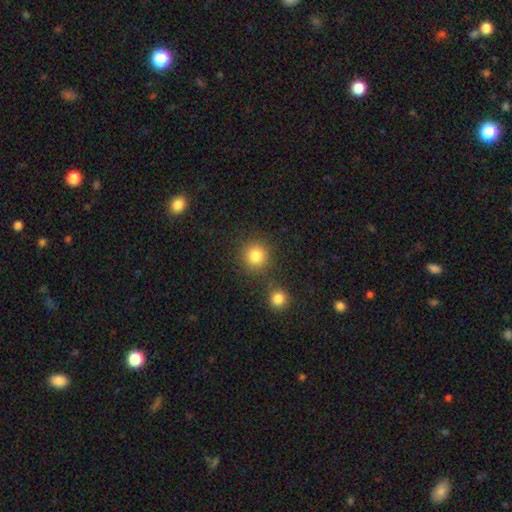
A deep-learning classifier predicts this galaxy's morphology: Smooth or featured?
  - smooth: 83% *
  - star or artifact: 11%
  - featured or disk: 5%
How rounded?
  - round: 93% *
  - in between: 6%
  - cigar-shaped: 1%
Merging?
  - none: 81% *
  - merger: 8%
  - minor disturbance: 7%
  - major disturbance: 3%